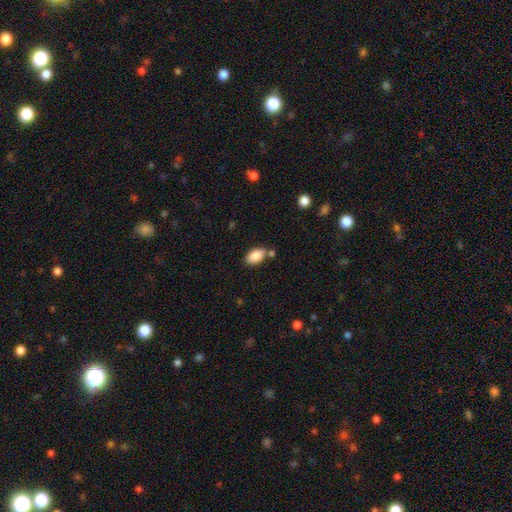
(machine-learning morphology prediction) The model was most divided on "merging": none: 70%, minor disturbance: 14%, merger: 13%, major disturbance: 3%. More confident: how rounded — in between (93%); smooth or featured — smooth (87%).